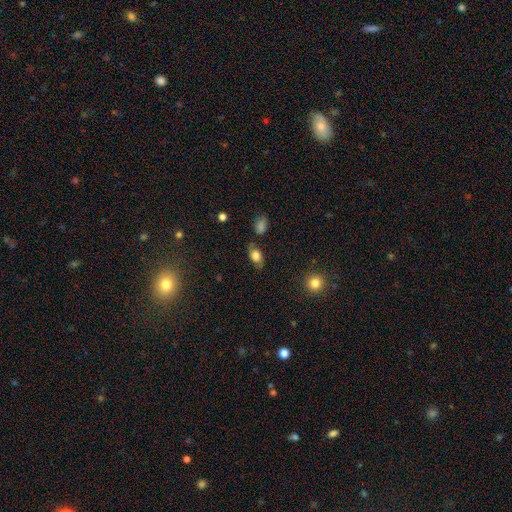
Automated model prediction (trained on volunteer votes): Smooth or featured? smooth (65%)
How rounded? in between (86%)
Merging? none (71%)